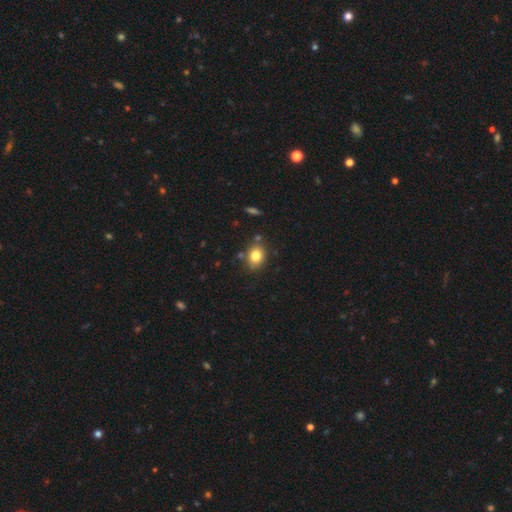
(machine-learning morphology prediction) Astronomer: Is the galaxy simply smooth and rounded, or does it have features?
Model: smooth — 80%.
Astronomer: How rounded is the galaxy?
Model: in between — 58% (runner-up: round, 41%).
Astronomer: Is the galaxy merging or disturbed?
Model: none — 78%.